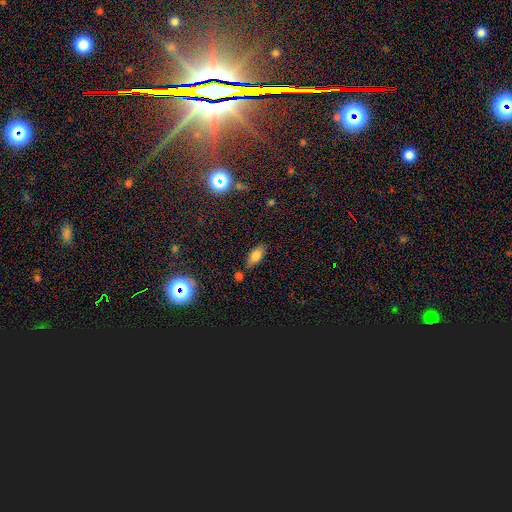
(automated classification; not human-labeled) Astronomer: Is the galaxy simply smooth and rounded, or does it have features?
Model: smooth — 77%.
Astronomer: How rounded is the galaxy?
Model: in between — 84%.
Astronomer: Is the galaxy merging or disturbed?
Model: none — 73%.